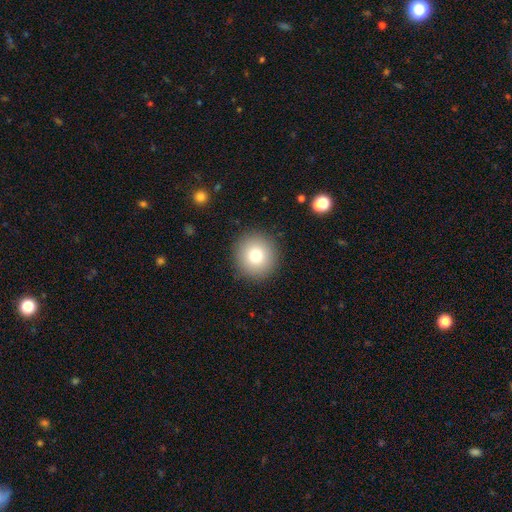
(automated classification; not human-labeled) This is likely a smooth galaxy (78%). How rounded: clearly round (94%). Merging: clearly none (91%).